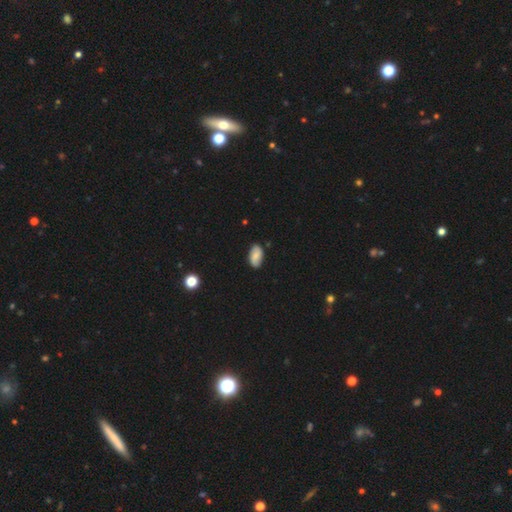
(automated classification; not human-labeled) Smooth or featured? smooth (66%)
How rounded? in between (93%)
Merging? none (83%)